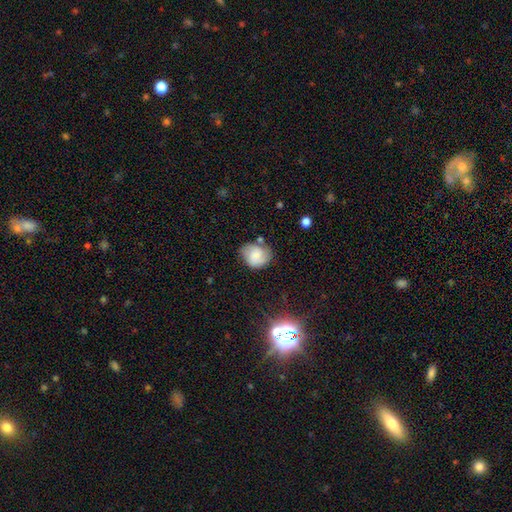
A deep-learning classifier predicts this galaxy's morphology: Smooth or featured: smooth — 59% (featured or disk — 31%)
How rounded: round — 62% (in between — 37%)
Merging: none — 60% (minor disturbance — 26%)